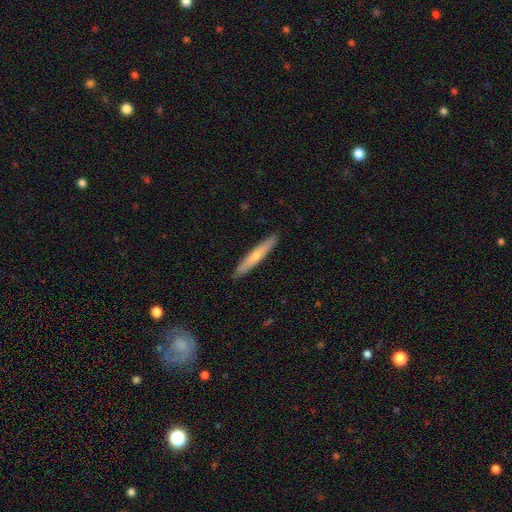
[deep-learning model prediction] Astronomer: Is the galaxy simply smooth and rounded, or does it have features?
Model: smooth — 58% (runner-up: featured or disk, 37%).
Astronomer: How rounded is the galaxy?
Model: cigar-shaped — 94%.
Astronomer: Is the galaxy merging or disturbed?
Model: none — 91%.